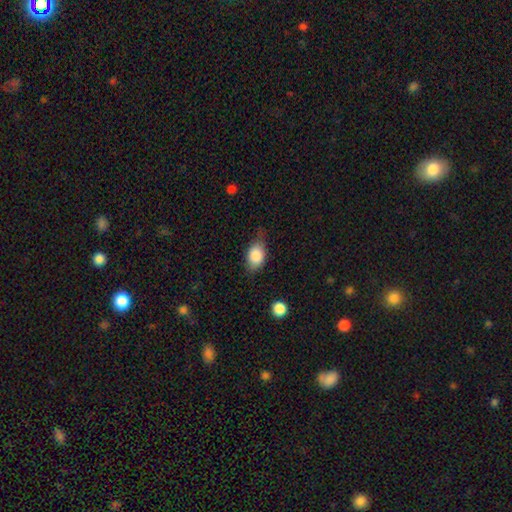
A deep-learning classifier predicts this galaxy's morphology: smooth_or_featured: smooth (p=0.82) [alt: featured or disk p=0.11]
how_rounded: in between (p=0.81) [alt: round p=0.16]
merging: none (p=0.59) [alt: minor disturbance p=0.30]